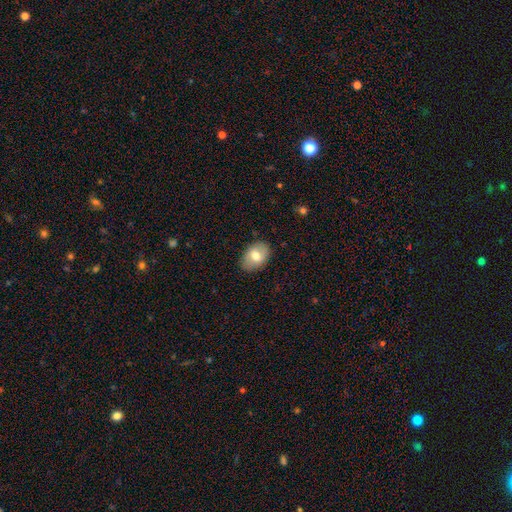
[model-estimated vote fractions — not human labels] smooth-or-featured: smooth: 70% | featured or disk: 23% | star or artifact: 7%
  how-rounded: in between: 83% | round: 16% | cigar-shaped: 1%
  merging: none: 84% | minor disturbance: 12% | major disturbance: 3% | merger: 1%